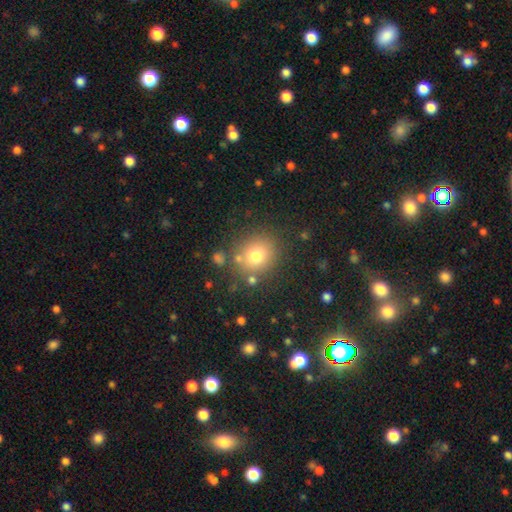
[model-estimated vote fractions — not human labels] Smooth or featured? smooth (75%)
How rounded? round (81%)
Merging? none (79%)